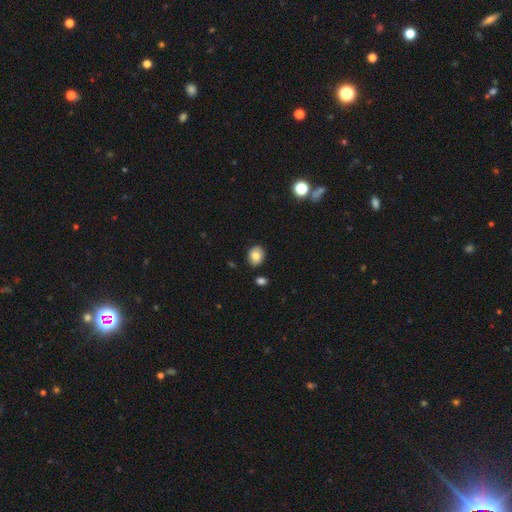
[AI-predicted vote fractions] A smooth galaxy with no disk features (81%) that is round (53%). Merging: none (86%).